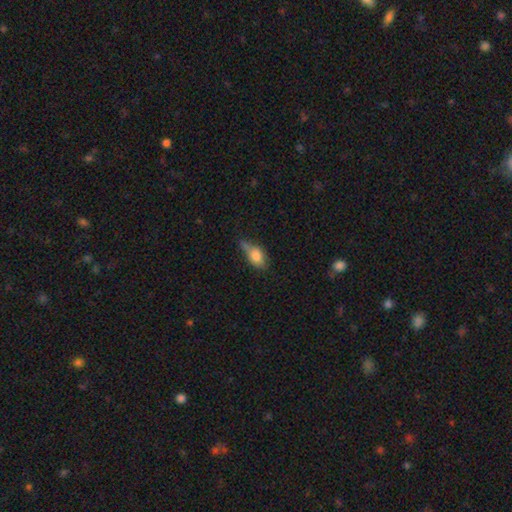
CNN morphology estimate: This appears to be a smooth galaxy with no disk features (77%) that is in between round and cigar-shaped (84%). Merging: minor disturbance (41%).